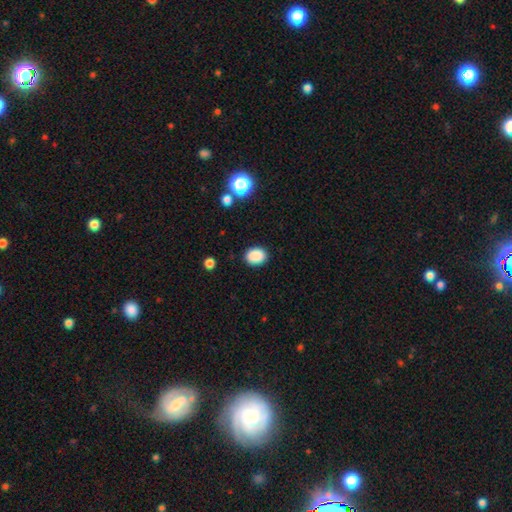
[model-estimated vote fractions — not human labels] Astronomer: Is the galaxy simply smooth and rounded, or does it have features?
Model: smooth — 88%.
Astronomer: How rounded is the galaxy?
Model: in between — 62%.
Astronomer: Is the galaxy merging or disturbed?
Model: none — 87%.